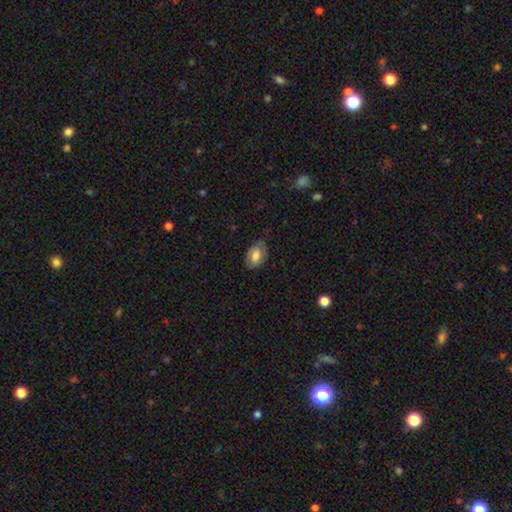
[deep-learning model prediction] Q: Smooth or featured?
A: smooth (62%); runner-up: featured or disk (31%)
Q: How rounded?
A: in between (86%); runner-up: round (13%)
Q: Merging?
A: none (75%); runner-up: minor disturbance (19%)